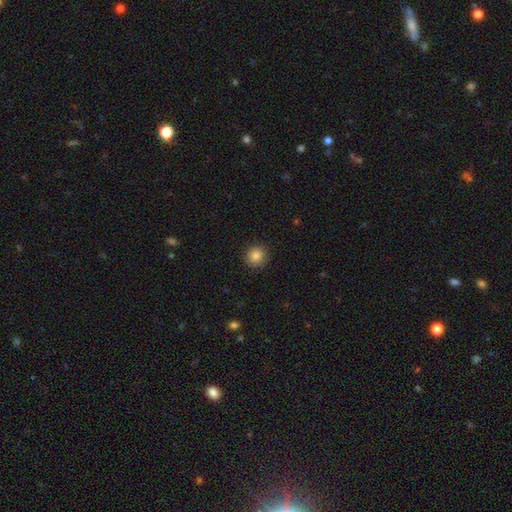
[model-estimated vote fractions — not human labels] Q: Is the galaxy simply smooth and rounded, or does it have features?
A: smooth — 85%.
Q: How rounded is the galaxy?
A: round — 90%.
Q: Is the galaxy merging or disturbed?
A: none — 89%.